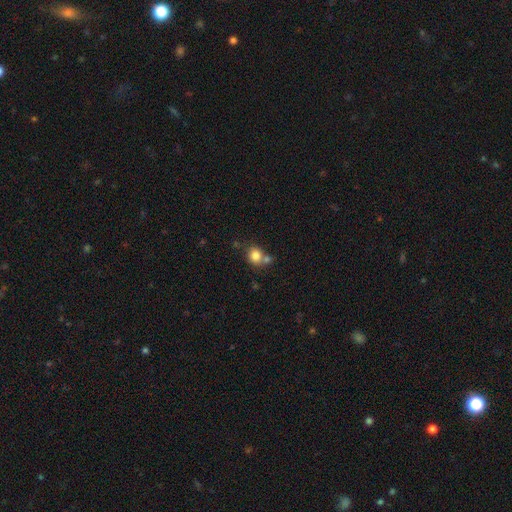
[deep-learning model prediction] Smooth or featured?
  - smooth: 82% *
  - star or artifact: 10%
  - featured or disk: 8%
How rounded?
  - round: 76% *
  - in between: 23%
  - cigar-shaped: 1%
Merging?
  - none: 53% *
  - merger: 32%
  - minor disturbance: 11%
  - major disturbance: 4%